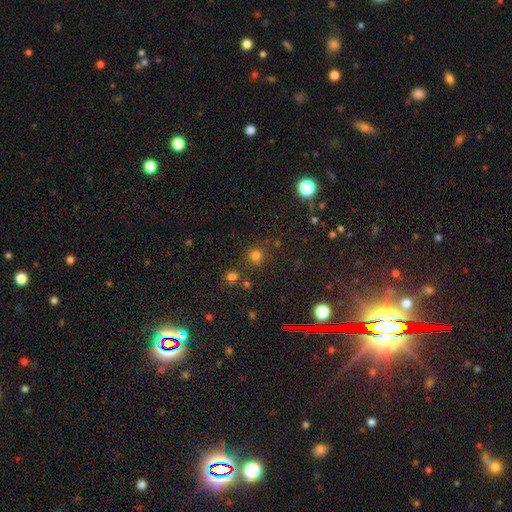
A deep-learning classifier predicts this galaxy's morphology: A smooth galaxy with no disk features (75%) that is round (91%). Merging: none (77%).